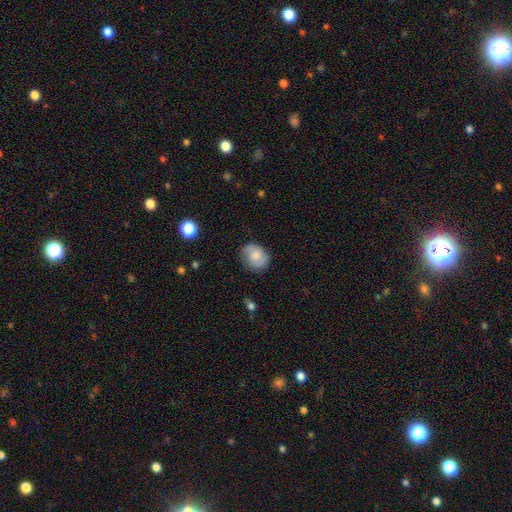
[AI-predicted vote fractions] Smooth or featured? smooth (63%)
How rounded? round (57%)
Merging? none (73%)